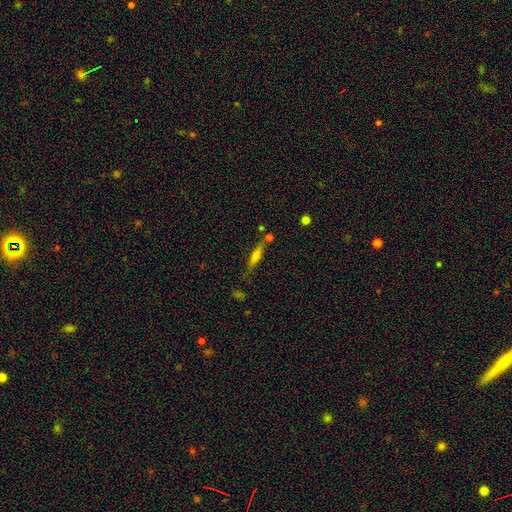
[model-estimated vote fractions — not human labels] Smooth or featured: smooth — 59% (featured or disk — 32%)
How rounded: cigar-shaped — 79% (in between — 18%)
Merging: none — 65% (minor disturbance — 17%)